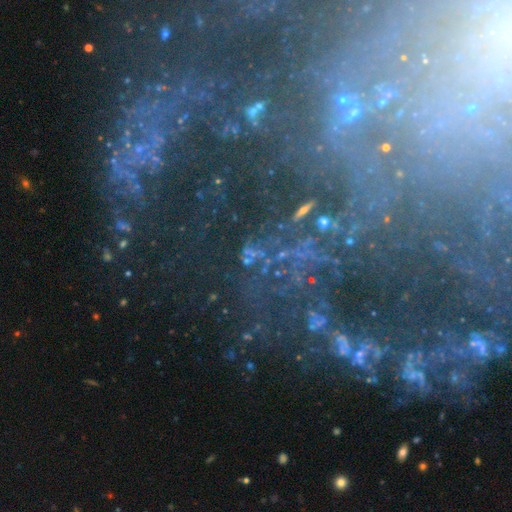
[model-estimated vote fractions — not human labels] Smooth or featured?
  - star or artifact: 58% *
  - featured or disk: 30%
  - smooth: 12%